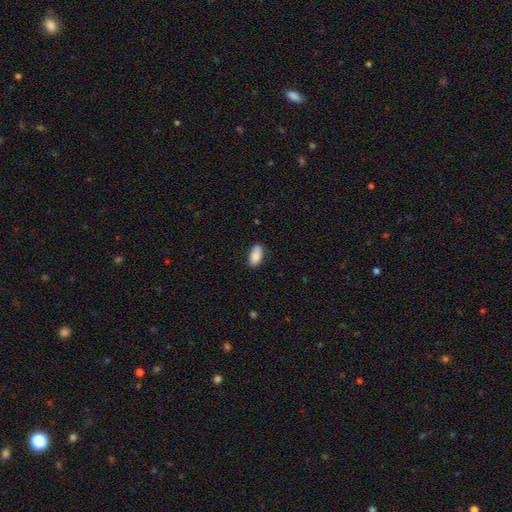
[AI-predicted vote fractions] smooth_or_featured: smooth (p=0.89) [alt: star or artifact p=0.07]
how_rounded: in between (p=0.93) [alt: cigar-shaped p=0.05]
merging: none (p=0.83) [alt: minor disturbance p=0.14]